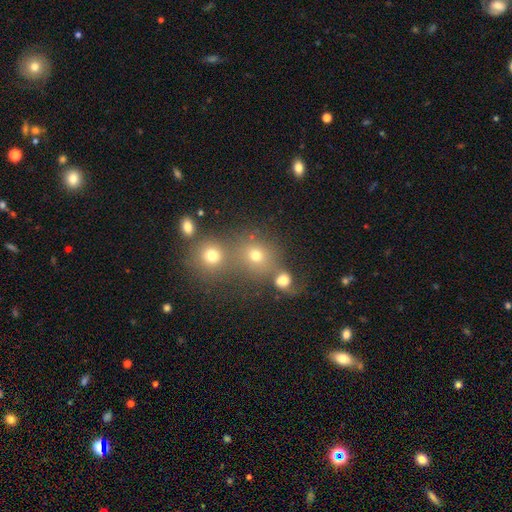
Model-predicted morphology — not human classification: Smooth or featured: smooth — 65% (star or artifact — 22%)
How rounded: round — 81% (in between — 17%)
Merging: none — 52% (merger — 33%)